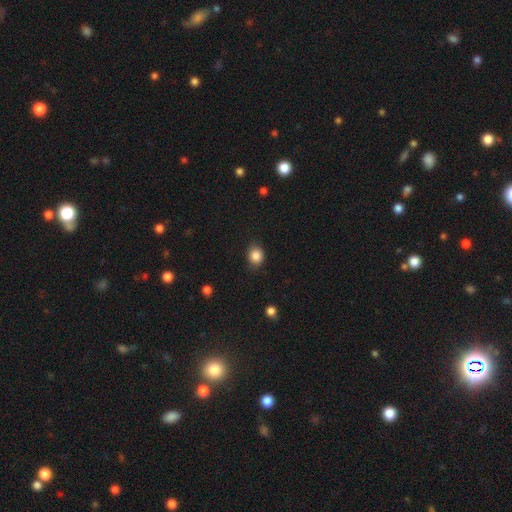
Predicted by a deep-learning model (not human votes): Smooth or featured? Predicted: smooth (p=0.85). How rounded? Predicted: round (p=0.65). Merging? Predicted: none (p=0.79).